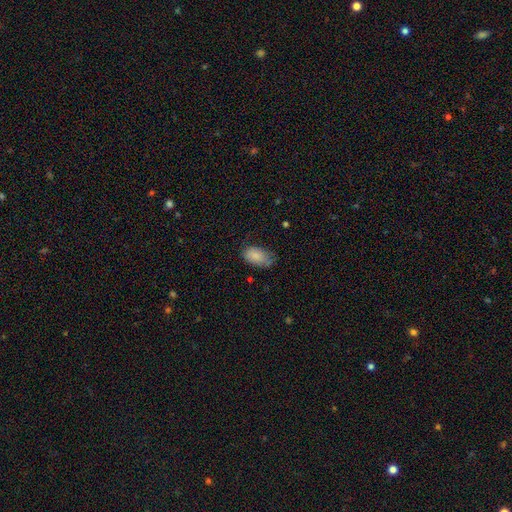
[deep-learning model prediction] A smooth galaxy with no disk features (84%) that is in between round and cigar-shaped (93%). Merging: none (59%).